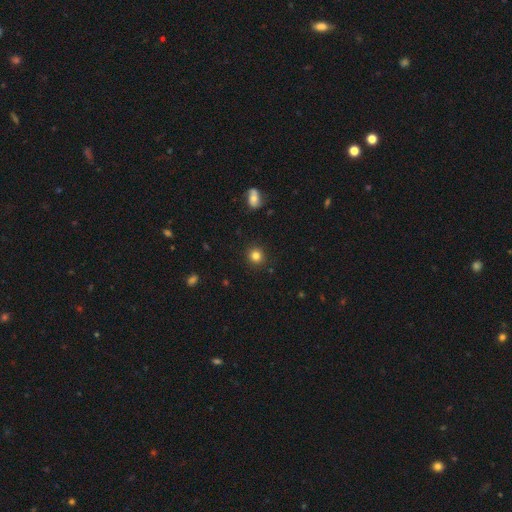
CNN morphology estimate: type=smooth (82%); roundness=round (92%); merging=none (91%).